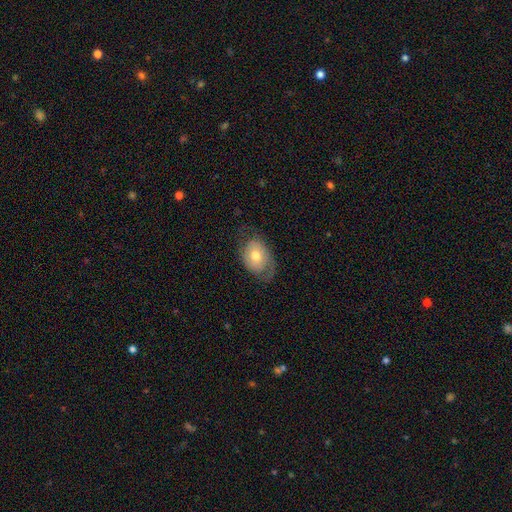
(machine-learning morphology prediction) Smooth or featured?
  - smooth: 53% *
  - featured or disk: 39%
  - star or artifact: 7%
How rounded?
  - in between: 73% *
  - round: 26%
  - cigar-shaped: 1%
Merging?
  - none: 57% *
  - minor disturbance: 26%
  - major disturbance: 16%
  - merger: 1%